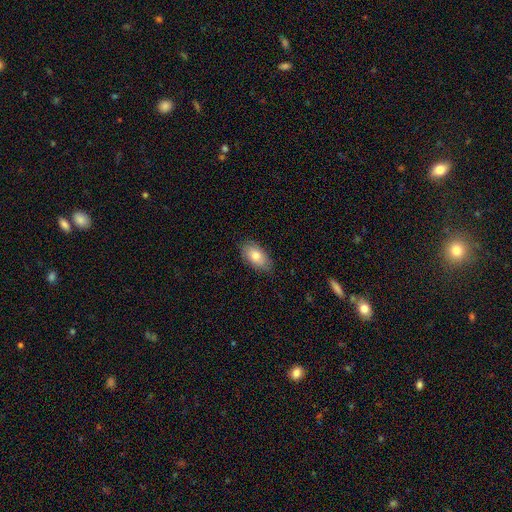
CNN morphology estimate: A smooth galaxy with no disk features (77%) that is in between round and cigar-shaped (92%).

Vote fractions:
- Smooth or featured? smooth: 77% / featured or disk: 16% / star or artifact: 7%
- How rounded? in between: 92% / round: 5% / cigar-shaped: 3%
- Merging? none: 78% / minor disturbance: 18% / major disturbance: 3% / merger: 1%